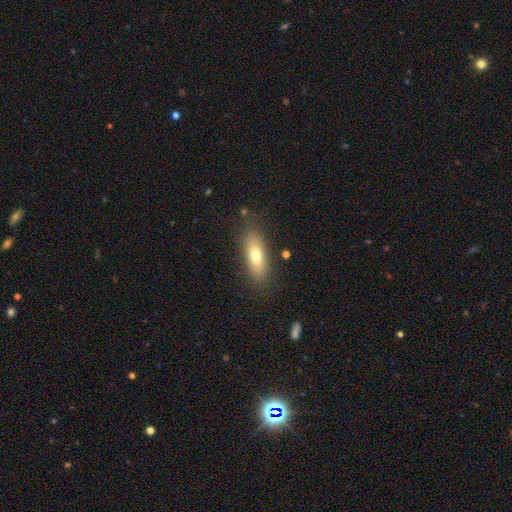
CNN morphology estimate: Smooth or featured? Predicted: smooth (p=0.71). How rounded? Predicted: in between (p=0.63). Merging? Predicted: none (p=0.84).